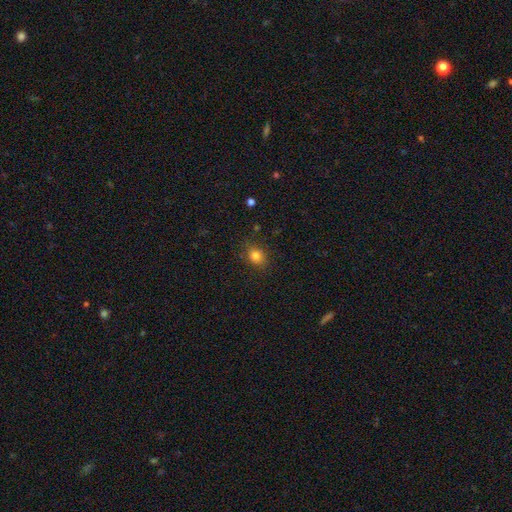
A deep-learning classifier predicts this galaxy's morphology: Smooth or featured?
  - smooth: 82% *
  - star or artifact: 12%
  - featured or disk: 6%
How rounded?
  - round: 58% *
  - in between: 41%
  - cigar-shaped: 1%
Merging?
  - none: 84% *
  - minor disturbance: 12%
  - major disturbance: 3%
  - merger: 1%